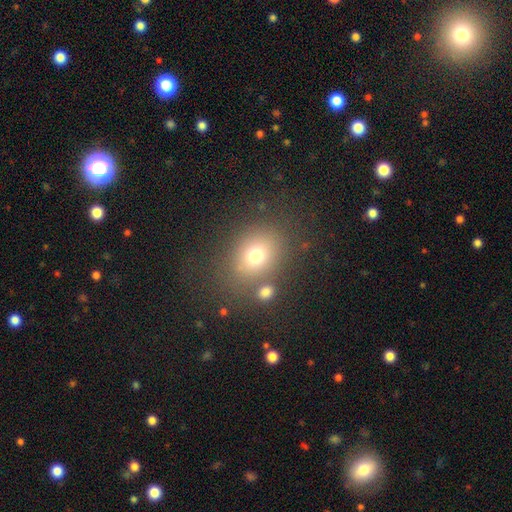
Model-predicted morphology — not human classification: smooth_or_featured: smooth (p=0.72) [alt: star or artifact p=0.15]
how_rounded: in between (p=0.50) [alt: round p=0.49]
merging: none (p=0.72) [alt: minor disturbance p=0.12]